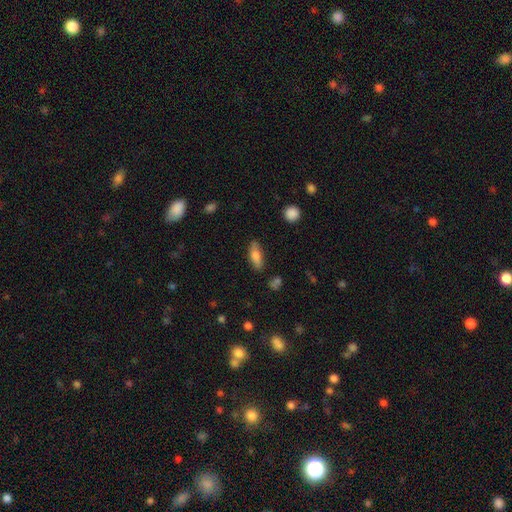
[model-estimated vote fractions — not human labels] smooth_or_featured: smooth (p=0.77) [alt: featured or disk p=0.16]
how_rounded: in between (p=0.66) [alt: cigar-shaped p=0.31]
merging: none (p=0.80) [alt: minor disturbance p=0.14]